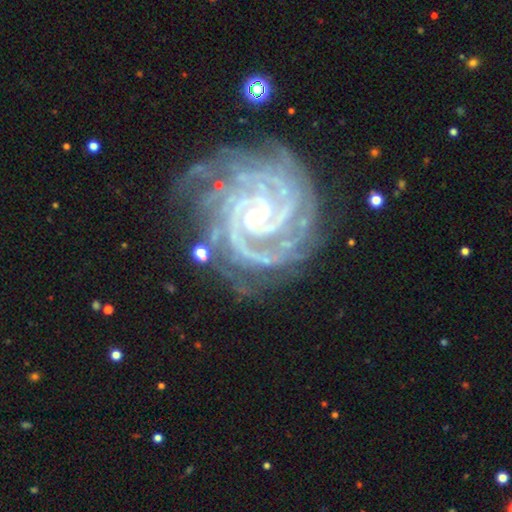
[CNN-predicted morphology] Smooth or featured?
  - featured or disk: 92% *
  - star or artifact: 6%
  - smooth: 2%
Edge-on disk?
  - no: 98% *
  - yes: 2%
Bar?
  - no: 52% *
  - weak: 30%
  - strong: 18%
Spiral arms?
  - yes: 99% *
  - no: 1%
Spiral winding?
  - tight: 81% *
  - medium: 17%
  - loose: 2%
Spiral arm count?
  - 3: 25% * (tied)
  - 2: 25% * (tied)
  - 4: 20%
  - can't tell: 11%
  - more than 4: 11%
  - 1: 8%
Bulge size?
  - small: 80% *
  - moderate: 16%
  - none: 2%
  - large: 1%
  - dominant: 1%
Merging?
  - none: 72% *
  - minor disturbance: 18%
  - major disturbance: 7%
  - merger: 2%